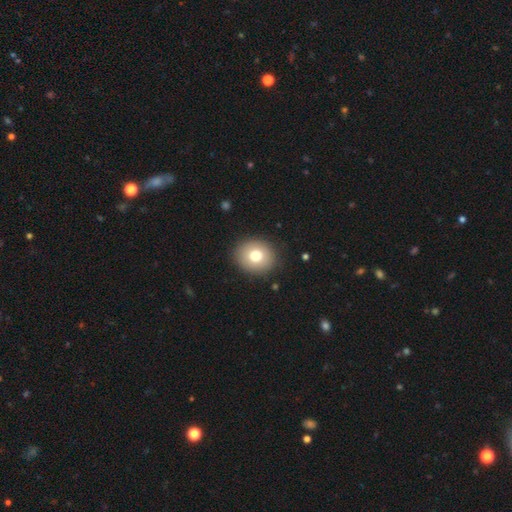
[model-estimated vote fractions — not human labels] Morphology: type=smooth (75%); roundness=round (74%); merging=none (89%).